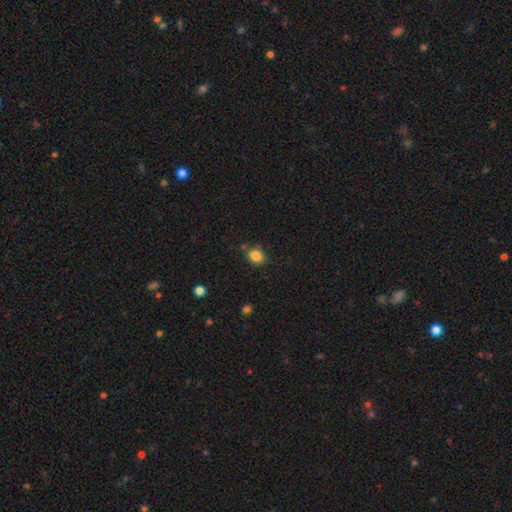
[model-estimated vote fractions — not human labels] Smooth or featured? smooth (84%)
How rounded? round (61%)
Merging? none (76%)